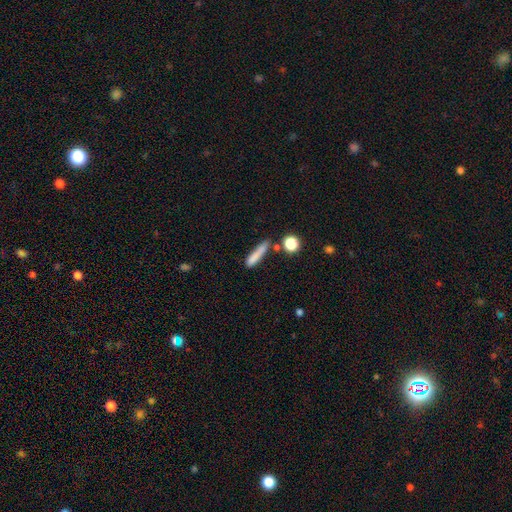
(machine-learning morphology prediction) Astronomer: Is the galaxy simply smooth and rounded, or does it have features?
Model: smooth — 77%.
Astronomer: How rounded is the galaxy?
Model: cigar-shaped — 84%.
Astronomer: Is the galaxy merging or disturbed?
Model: none — 62%.